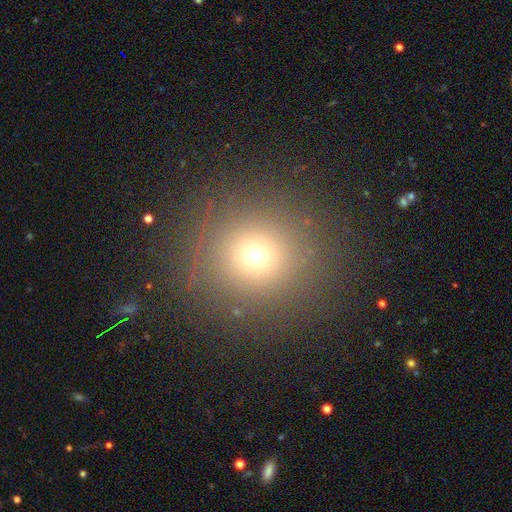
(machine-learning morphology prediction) The model was most divided on "smooth or featured": smooth: 67%, star or artifact: 23%, featured or disk: 9%. More confident: how rounded — round (93%); merging — none (88%).